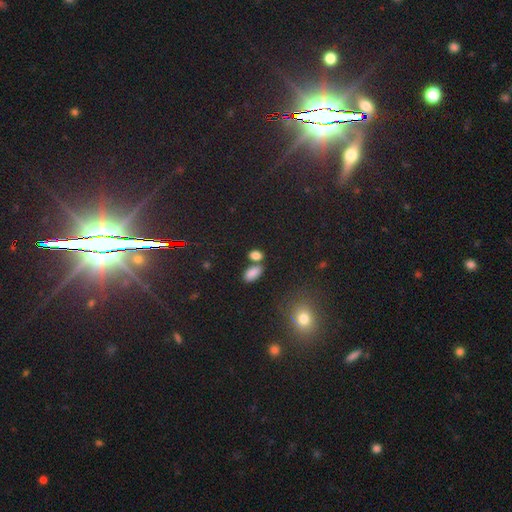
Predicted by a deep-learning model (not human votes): Smooth or featured?
  - smooth: 81% *
  - star or artifact: 14%
  - featured or disk: 6%
How rounded?
  - in between: 84% *
  - round: 11%
  - cigar-shaped: 5%
Merging?
  - none: 56% *
  - merger: 29%
  - minor disturbance: 10%
  - major disturbance: 4%